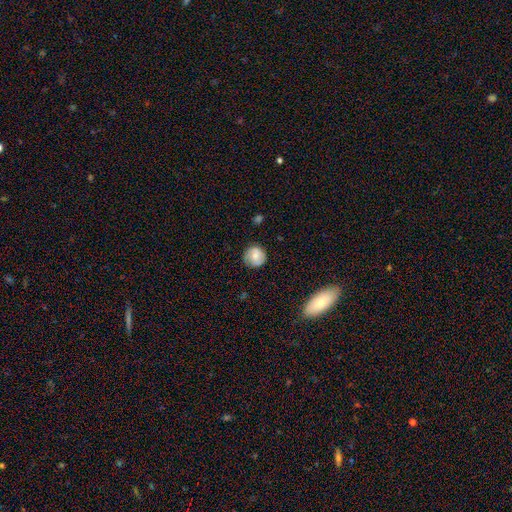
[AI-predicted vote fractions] smooth 66%, featured or disk 26%, star or artifact 8%. Down the decision tree: how rounded — round (90%); merging — none (79%).